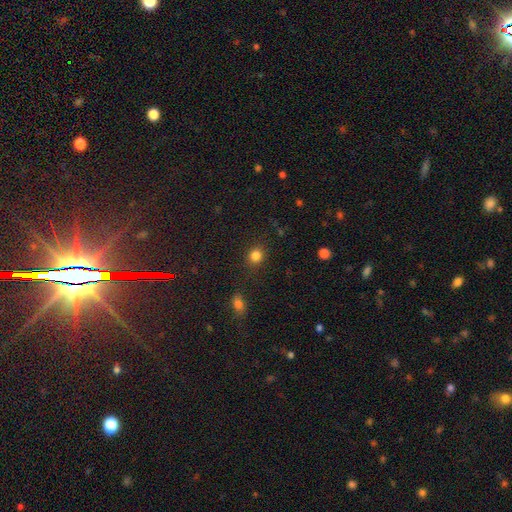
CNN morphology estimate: Smooth or featured?
  - smooth: 83% *
  - star or artifact: 13%
  - featured or disk: 5%
How rounded?
  - round: 80% *
  - in between: 19%
  - cigar-shaped: 1%
Merging?
  - none: 87% *
  - minor disturbance: 8%
  - major disturbance: 3%
  - merger: 2%